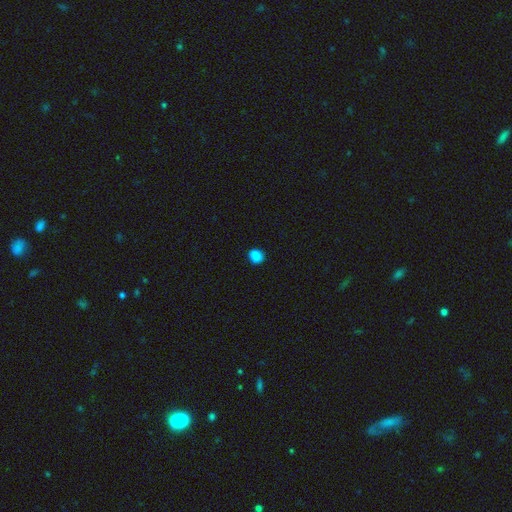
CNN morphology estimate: Smooth or featured? Predicted: smooth (p=0.87). How rounded? Predicted: round (p=0.73). Merging? Predicted: none (p=0.87).